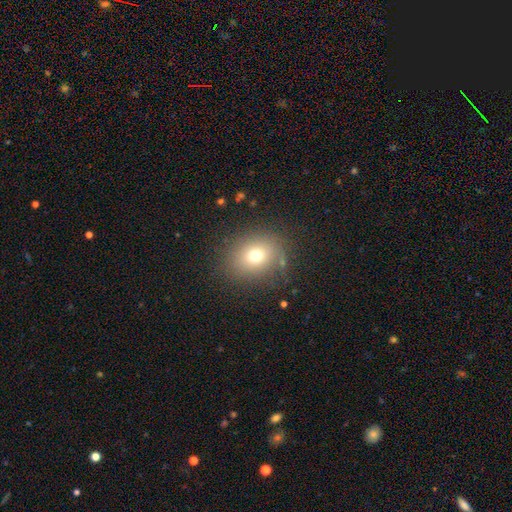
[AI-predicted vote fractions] A smooth galaxy with no disk features (70%) that is round (65%). Merging: none (83%).